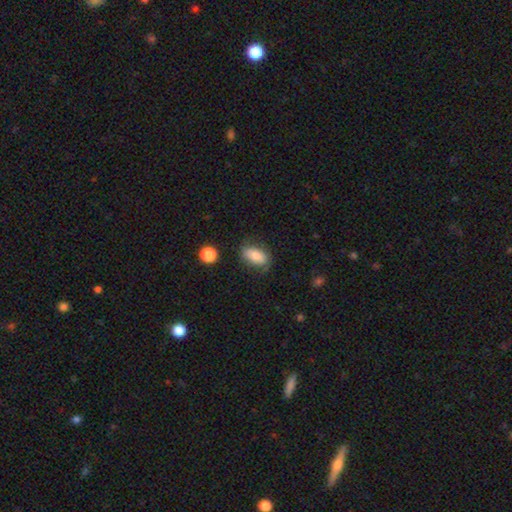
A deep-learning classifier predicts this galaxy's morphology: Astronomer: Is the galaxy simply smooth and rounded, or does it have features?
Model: smooth — 78%.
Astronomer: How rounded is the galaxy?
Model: in between — 88%.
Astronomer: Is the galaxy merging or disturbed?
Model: none — 72%.